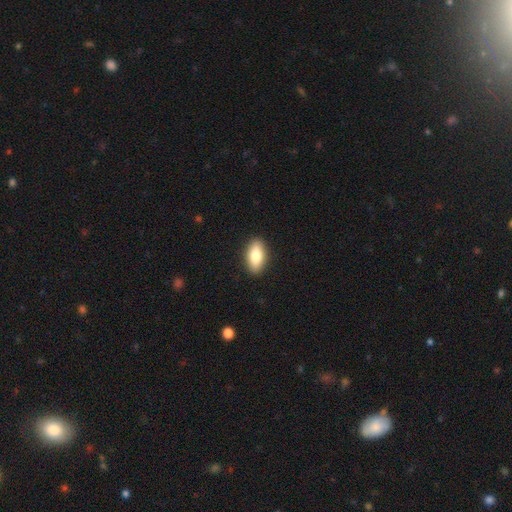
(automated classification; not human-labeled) A smooth galaxy with no disk features (79%) that is in between round and cigar-shaped (87%). Merging: none (90%).